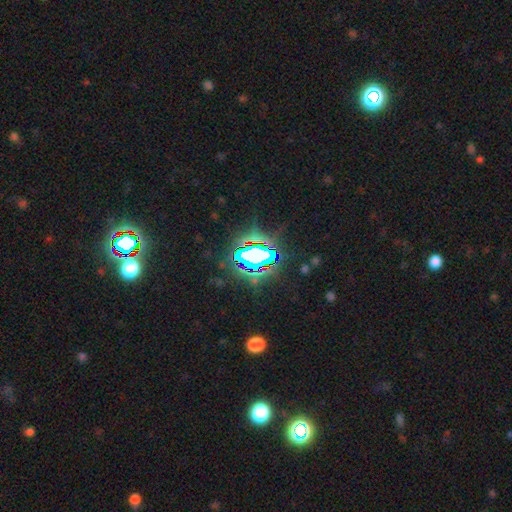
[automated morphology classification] Smooth or featured: star or artifact — 72% (smooth — 15%)